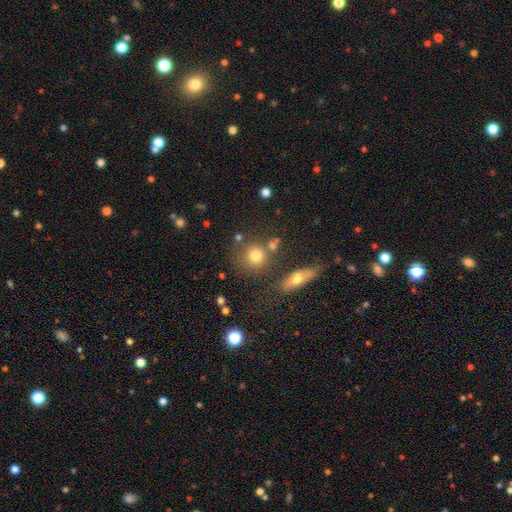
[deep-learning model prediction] smooth_or_featured: smooth (p=0.74) [alt: star or artifact p=0.14]
how_rounded: round (p=0.85) [alt: in between p=0.13]
merging: none (p=0.71) [alt: merger p=0.14]